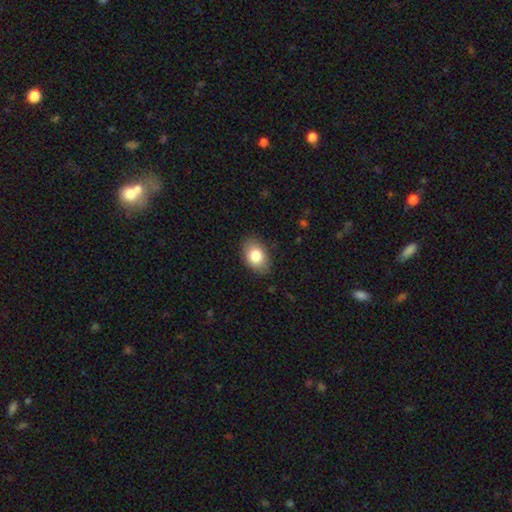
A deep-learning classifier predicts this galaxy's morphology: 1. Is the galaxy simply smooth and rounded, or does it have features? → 82% smooth, 10% featured or disk, 8% star or artifact.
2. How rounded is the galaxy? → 85% in between, 14% round, 1% cigar-shaped.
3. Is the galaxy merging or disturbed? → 84% none, 12% minor disturbance, 3% major disturbance, 1% merger.